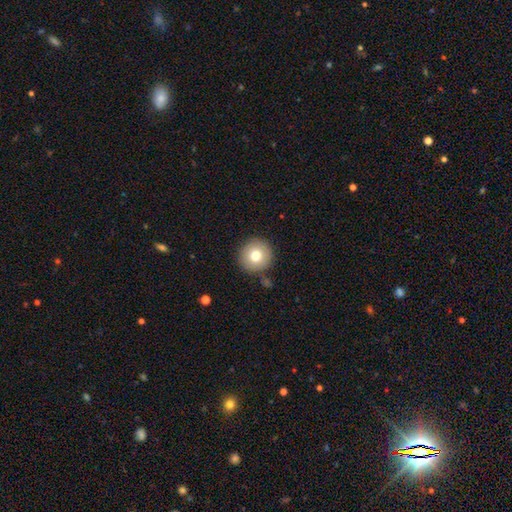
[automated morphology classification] smooth 76%, featured or disk 14%, star or artifact 10%. Down the decision tree: how rounded — round (95%); merging — none (86%).